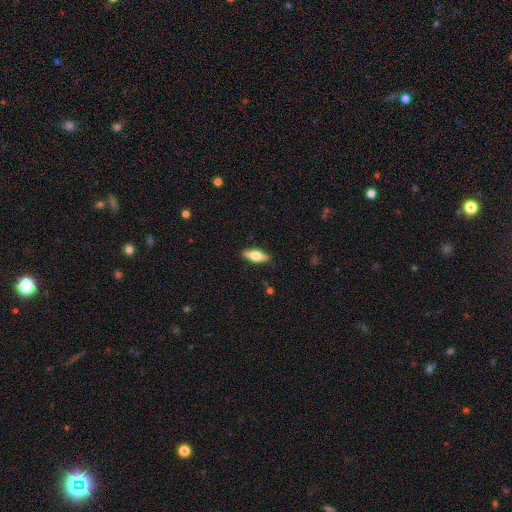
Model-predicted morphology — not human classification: Q: Smooth or featured?
A: smooth (50%); runner-up: featured or disk (44%)
Q: Merging?
A: none (89%); runner-up: minor disturbance (9%)